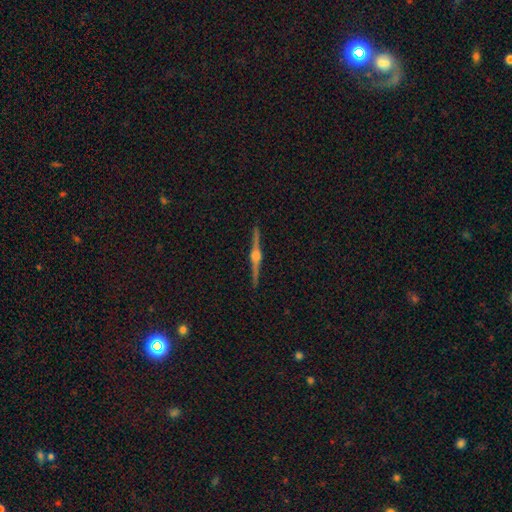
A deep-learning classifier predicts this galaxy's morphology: A featured or disk galaxy (88%) viewed edge-on (99%) with a rounded central bulge (93%).

Vote fractions:
- Smooth or featured? featured or disk: 88% / smooth: 6% / star or artifact: 5%
- Edge-on disk? yes: 99% / no: 1%
- Edge-on bulge? rounded: 93% / boxy: 5% / none: 2%
- Merging? none: 93% / minor disturbance: 5% / major disturbance: 1% / merger: 1%